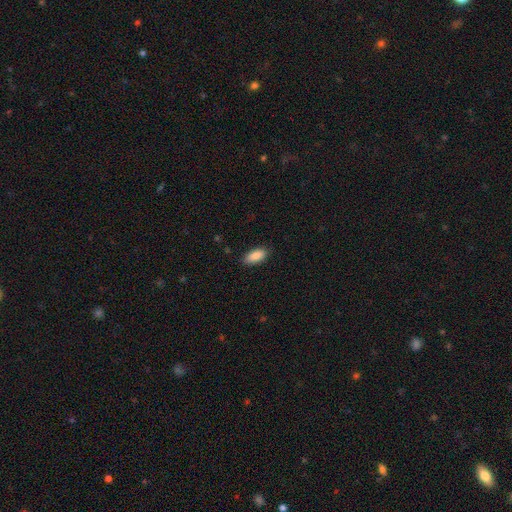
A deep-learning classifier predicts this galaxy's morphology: Q: Smooth or featured?
A: smooth (88%); runner-up: star or artifact (6%)
Q: How rounded?
A: in between (89%); runner-up: cigar-shaped (9%)
Q: Merging?
A: none (86%); runner-up: minor disturbance (11%)